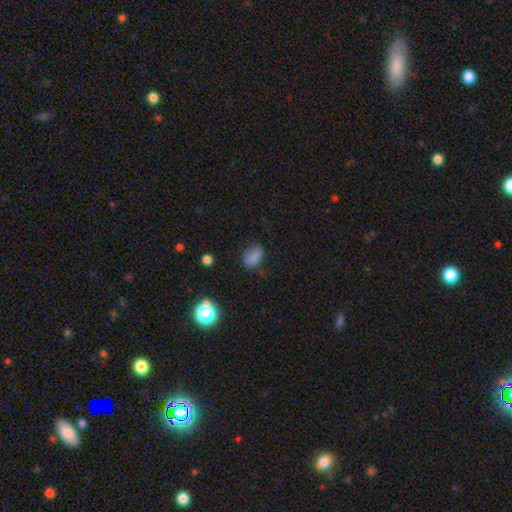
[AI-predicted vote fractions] Smooth or featured? smooth (76%)
How rounded? in between (77%)
Merging? none (64%)